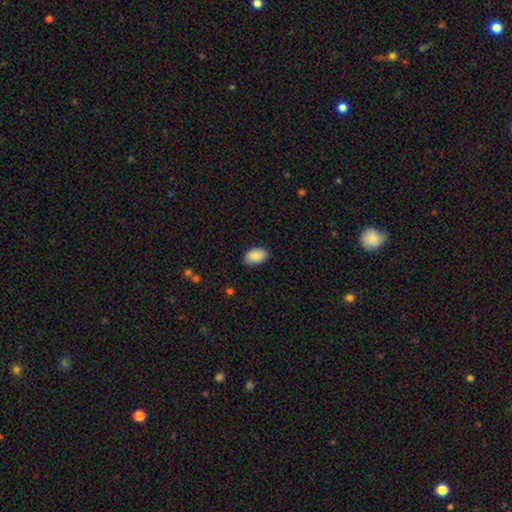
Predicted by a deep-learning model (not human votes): Smooth or featured: smooth — 89% (star or artifact — 7%)
How rounded: in between — 90% (round — 8%)
Merging: none — 85% (minor disturbance — 12%)